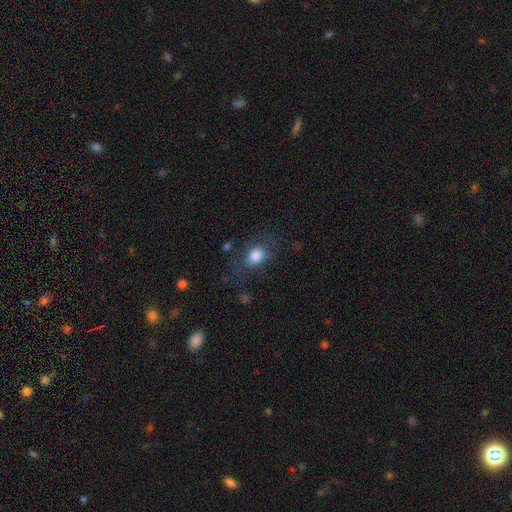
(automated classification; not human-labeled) This appears to be a smooth galaxy with no disk features (80%) that is in between round and cigar-shaped (60%). Merging: none (66%).